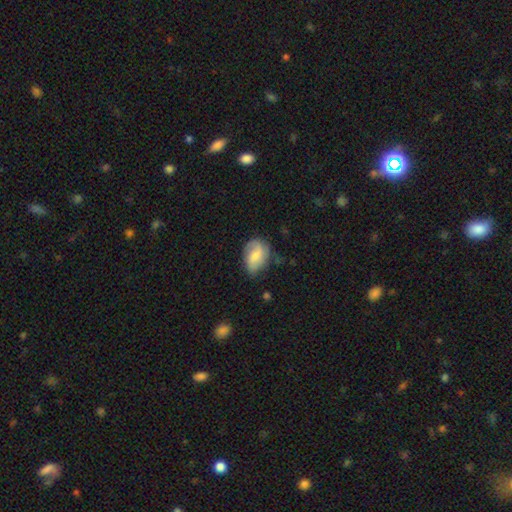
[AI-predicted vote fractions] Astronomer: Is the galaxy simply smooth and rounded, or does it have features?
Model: smooth — 55% (runner-up: featured or disk, 37%).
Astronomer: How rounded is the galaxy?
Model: in between — 78%.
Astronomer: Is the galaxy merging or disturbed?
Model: none — 58%.